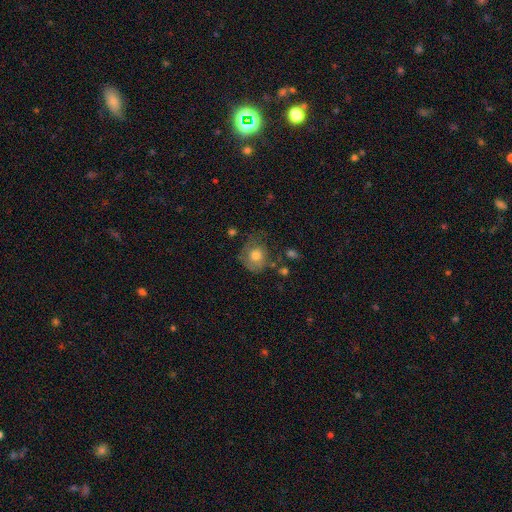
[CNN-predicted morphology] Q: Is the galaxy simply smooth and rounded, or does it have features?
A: smooth — 69%.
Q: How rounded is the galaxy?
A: round — 74%.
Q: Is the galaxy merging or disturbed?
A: none — 53%.